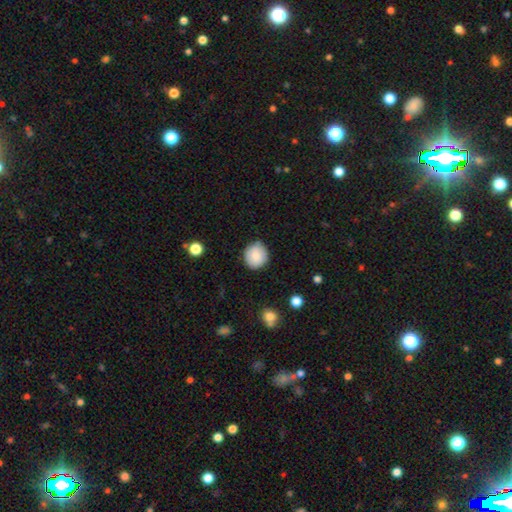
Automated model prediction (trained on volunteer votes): Q: Smooth or featured?
A: smooth (85%); runner-up: star or artifact (8%)
Q: How rounded?
A: round (90%); runner-up: in between (9%)
Q: Merging?
A: none (85%); runner-up: minor disturbance (12%)